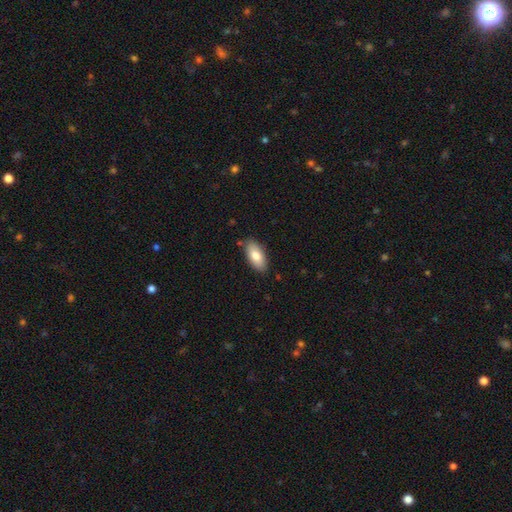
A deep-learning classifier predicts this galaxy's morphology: This appears to be a smooth galaxy with no disk features (79%) that is in between round and cigar-shaped (91%). Merging: none (84%).